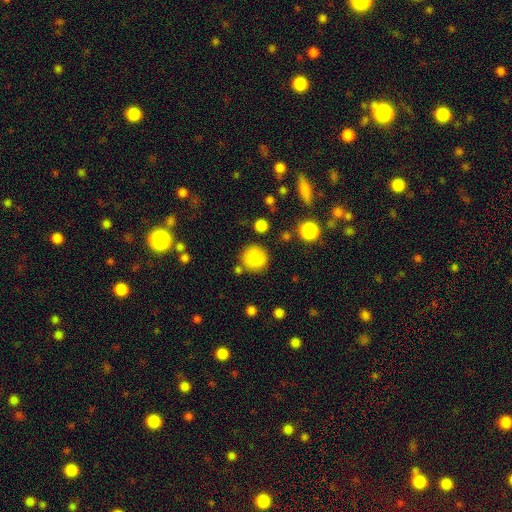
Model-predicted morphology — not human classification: The model was most divided on "merging": none: 82%, minor disturbance: 10%, merger: 5%, major disturbance: 4%. More confident: how rounded — round (92%); smooth or featured — smooth (86%).